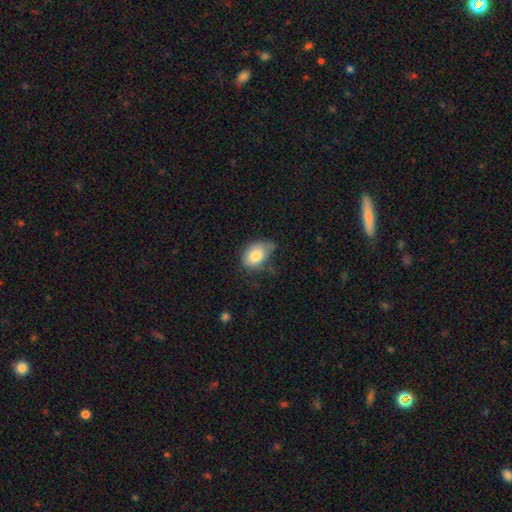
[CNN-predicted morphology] This is likely a smooth galaxy (79%). How rounded: likely in between (78%). Merging: marginally none (44%).